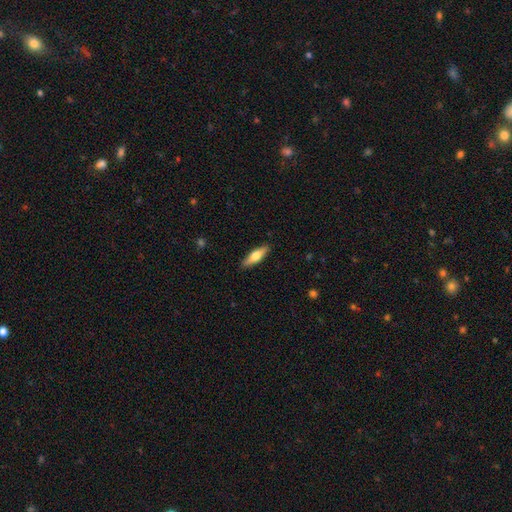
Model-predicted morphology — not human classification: Smooth or featured? smooth (62%)
How rounded? cigar-shaped (57%)
Merging? none (89%)